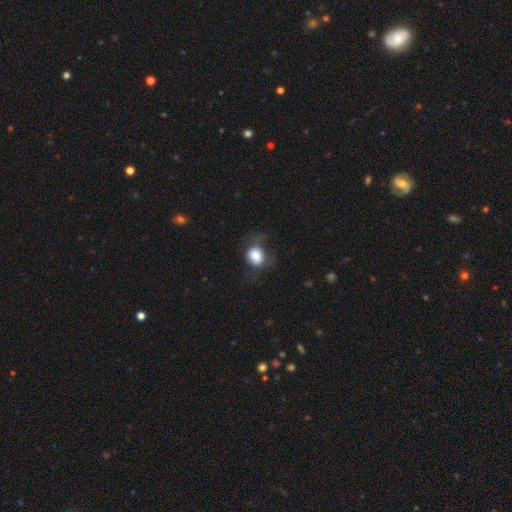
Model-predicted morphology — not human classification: Q: Smooth or featured?
A: smooth (77%); runner-up: featured or disk (14%)
Q: How rounded?
A: round (68%); runner-up: in between (31%)
Q: Merging?
A: none (51%); runner-up: minor disturbance (25%)